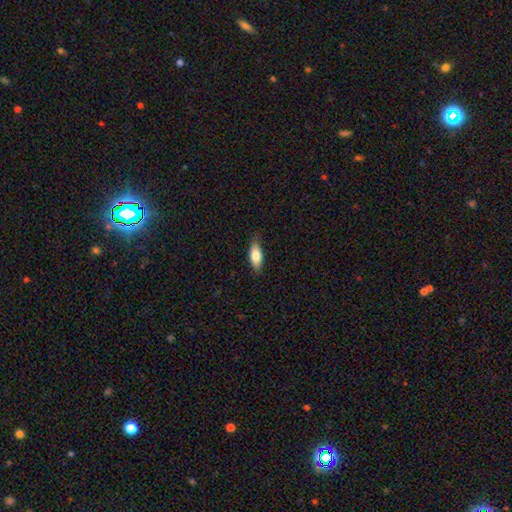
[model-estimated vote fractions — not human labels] A smooth galaxy with no disk features (76%) that is in between round and cigar-shaped (76%).

Vote fractions:
- Smooth or featured? smooth: 76% / featured or disk: 17% / star or artifact: 6%
- How rounded? in between: 76% / cigar-shaped: 21% / round: 3%
- Merging? none: 81% / minor disturbance: 15% / major disturbance: 3% / merger: 1%